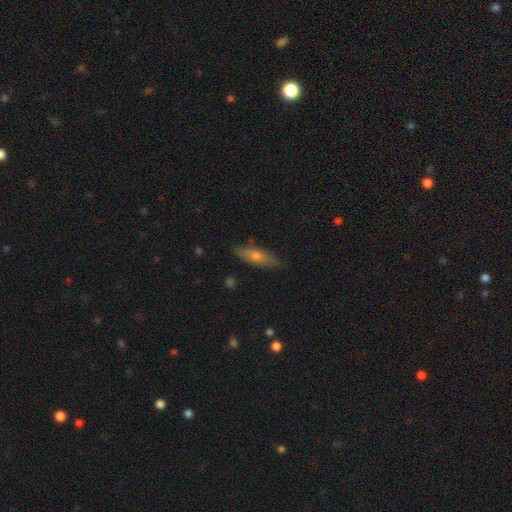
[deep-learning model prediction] smooth 57%, featured or disk 36%, star or artifact 8%. Down the decision tree: how rounded — cigar-shaped (57%); merging — none (84%).